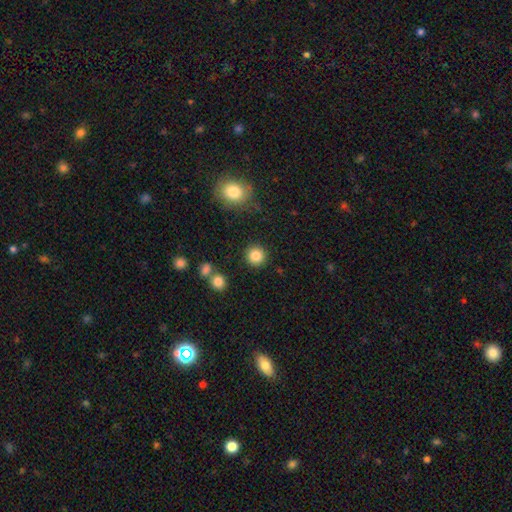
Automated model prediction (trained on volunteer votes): smooth 85%, star or artifact 10%, featured or disk 5%. Down the decision tree: how rounded — round (94%); merging — none (90%).